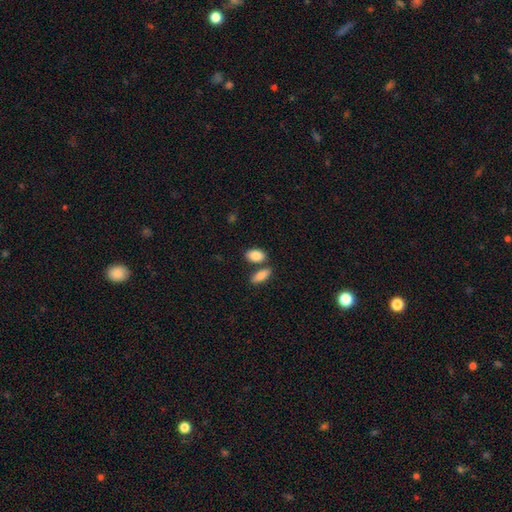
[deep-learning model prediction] The model was most divided on "merging": none: 63%, merger: 23%, minor disturbance: 11%, major disturbance: 3%. More confident: how rounded — in between (91%); smooth or featured — smooth (87%).